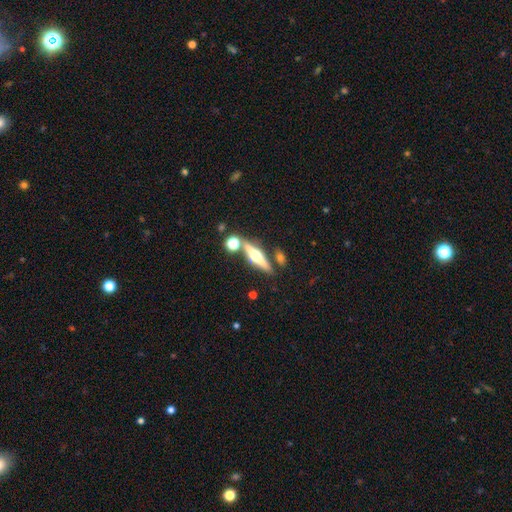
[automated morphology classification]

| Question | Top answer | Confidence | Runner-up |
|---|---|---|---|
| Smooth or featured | featured or disk | 66% | smooth (26%) |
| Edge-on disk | yes | 94% | no (6%) |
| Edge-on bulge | rounded | 95% | boxy (3%) |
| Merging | none | 76% | merger (11%) |